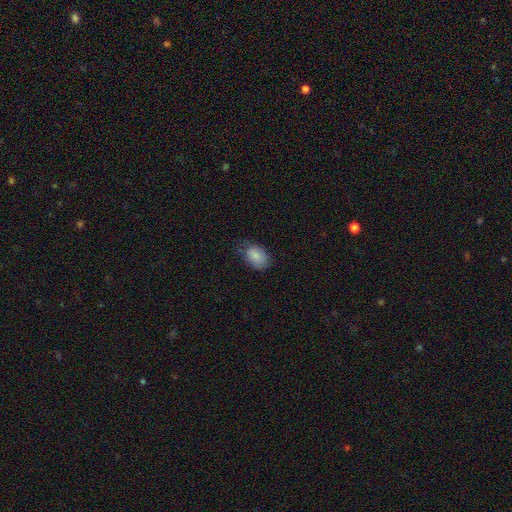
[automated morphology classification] The model was most divided on "merging": none: 66%, minor disturbance: 26%, major disturbance: 7%, merger: 1%. More confident: smooth or featured — smooth (86%); how rounded — in between (83%).